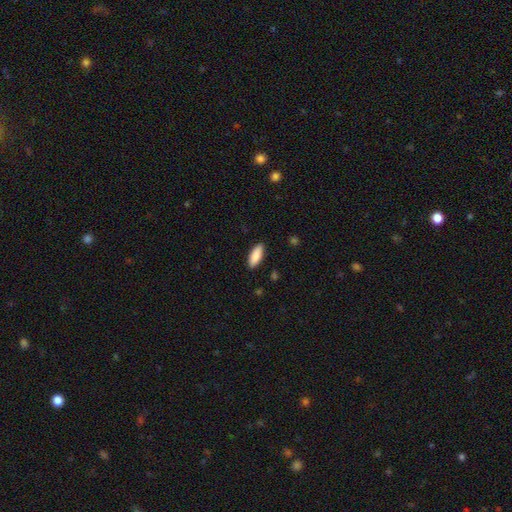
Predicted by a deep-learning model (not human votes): A smooth galaxy with no disk features (88%) that is in between round and cigar-shaped (76%).

Vote fractions:
- Smooth or featured? smooth: 88% / featured or disk: 6% / star or artifact: 6%
- How rounded? in between: 76% / cigar-shaped: 22% / round: 2%
- Merging? none: 89% / minor disturbance: 8% / major disturbance: 2% / merger: 1%